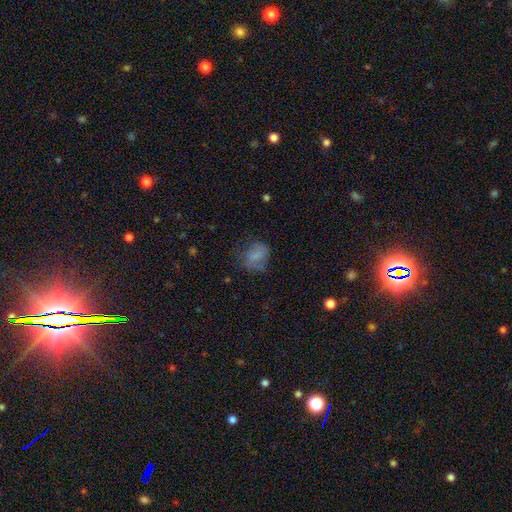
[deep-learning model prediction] A smooth galaxy with no disk features (67%) that is in between round and cigar-shaped (50%). Merging: none (56%).